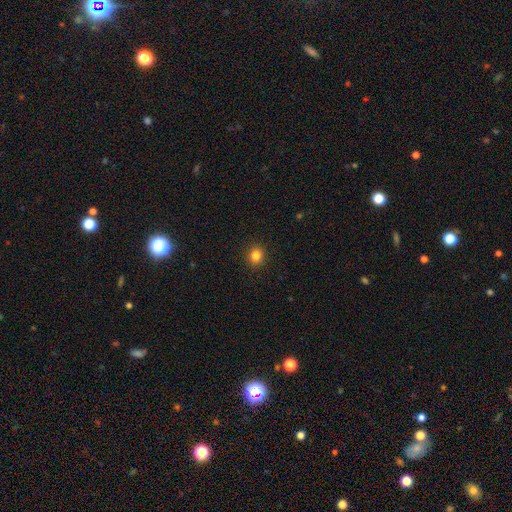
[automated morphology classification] smooth_or_featured: smooth (p=0.83) [alt: star or artifact p=0.12]
how_rounded: round (p=0.83) [alt: in between p=0.16]
merging: none (p=0.92) [alt: minor disturbance p=0.06]